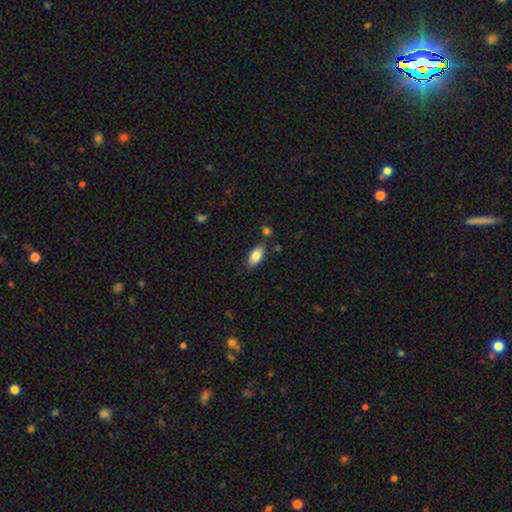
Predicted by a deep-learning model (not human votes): smooth-or-featured: smooth: 83% | featured or disk: 10% | star or artifact: 7%
  how-rounded: in between: 90% | cigar-shaped: 8% | round: 3%
  merging: none: 80% | minor disturbance: 13% | merger: 4% | major disturbance: 3%